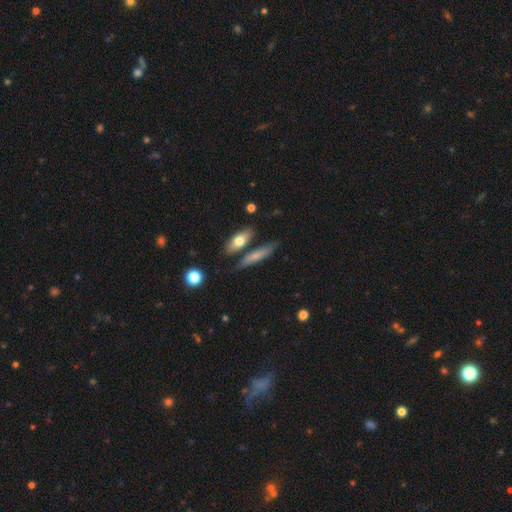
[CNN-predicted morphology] smooth 66%, featured or disk 27%, star or artifact 6%. Down the decision tree: how rounded — cigar-shaped (77%); merging — none (71%).